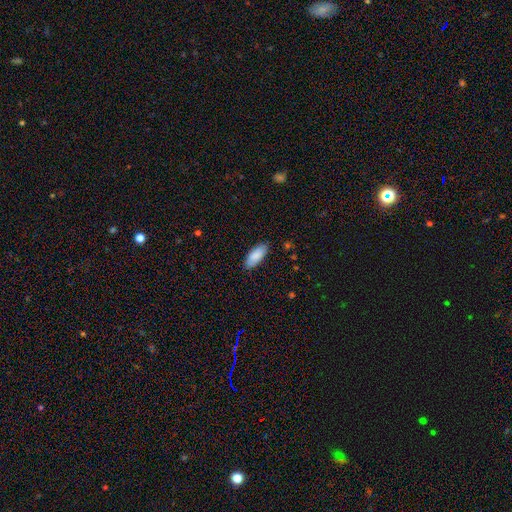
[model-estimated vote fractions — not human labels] Smooth or featured? Predicted: smooth (p=0.88). How rounded? Predicted: in between (p=0.83). Merging? Predicted: none (p=0.86).